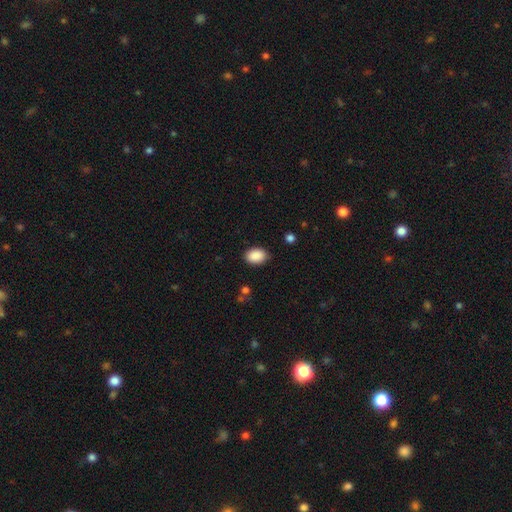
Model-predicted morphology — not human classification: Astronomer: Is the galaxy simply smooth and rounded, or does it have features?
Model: smooth — 90%.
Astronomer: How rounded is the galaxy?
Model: in between — 85%.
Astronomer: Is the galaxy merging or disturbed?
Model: none — 87%.